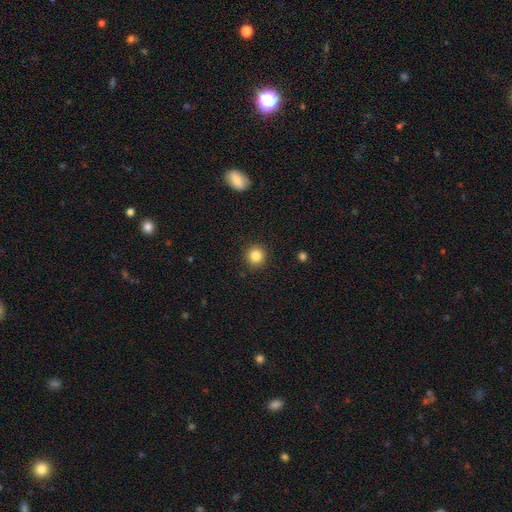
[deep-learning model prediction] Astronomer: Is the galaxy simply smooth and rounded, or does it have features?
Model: smooth — 84%.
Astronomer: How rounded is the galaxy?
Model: round — 94%.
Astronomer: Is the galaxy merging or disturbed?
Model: none — 92%.